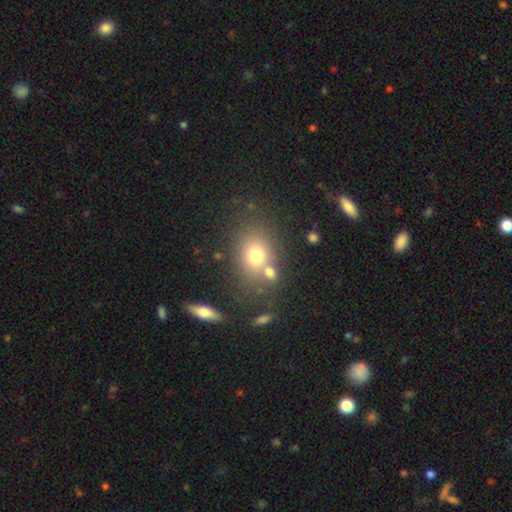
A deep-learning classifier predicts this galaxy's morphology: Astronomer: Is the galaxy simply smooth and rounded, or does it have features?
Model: smooth — 71%.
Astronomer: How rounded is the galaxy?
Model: in between — 51% (runner-up: round, 47%).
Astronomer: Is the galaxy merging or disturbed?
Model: none — 61%.